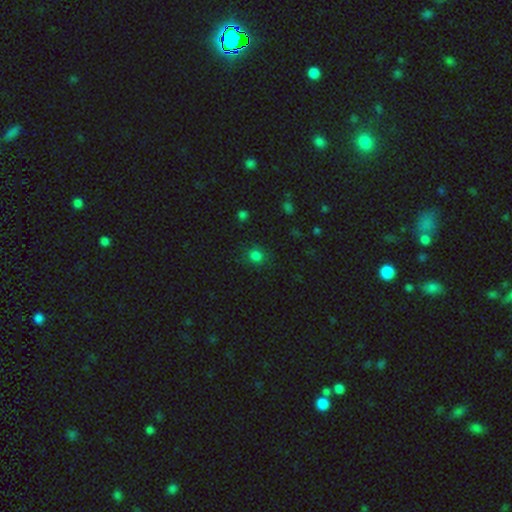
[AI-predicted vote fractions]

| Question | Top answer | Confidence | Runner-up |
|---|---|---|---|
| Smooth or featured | smooth | 79% | star or artifact (17%) |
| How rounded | round | 84% | in between (15%) |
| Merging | none | 84% | minor disturbance (11%) |